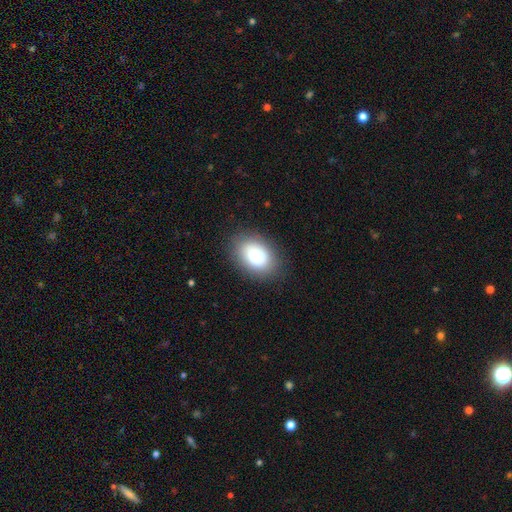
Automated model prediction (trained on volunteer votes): A smooth galaxy with no disk features (82%) that is in between round and cigar-shaped (80%).

Vote fractions:
- Smooth or featured? smooth: 82% / featured or disk: 10% / star or artifact: 8%
- How rounded? in between: 80% / round: 19% / cigar-shaped: 1%
- Merging? none: 83% / minor disturbance: 12% / major disturbance: 4% / merger: 1%